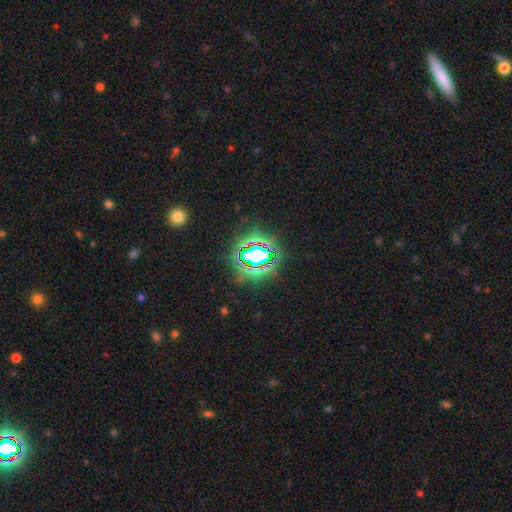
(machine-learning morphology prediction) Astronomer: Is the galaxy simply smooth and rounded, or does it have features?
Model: star or artifact — 72%.